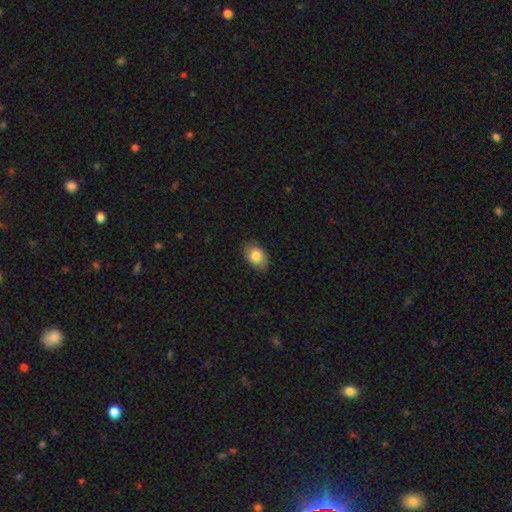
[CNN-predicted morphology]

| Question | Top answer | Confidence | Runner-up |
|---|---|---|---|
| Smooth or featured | smooth | 80% | featured or disk (12%) |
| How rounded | in between | 82% | round (17%) |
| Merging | none | 79% | minor disturbance (17%) |